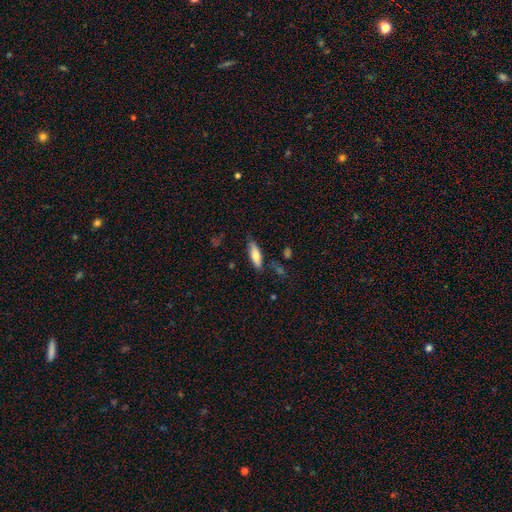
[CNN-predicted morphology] smooth 73%, featured or disk 21%, star or artifact 6%. Down the decision tree: how rounded — in between (52%); merging — none (78%).